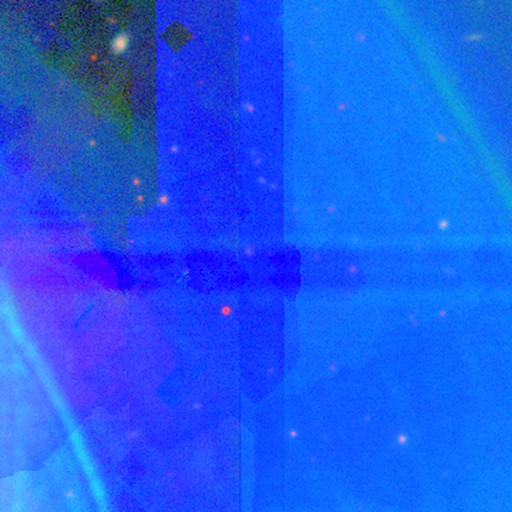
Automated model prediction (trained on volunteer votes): Smooth or featured? star or artifact (86%)